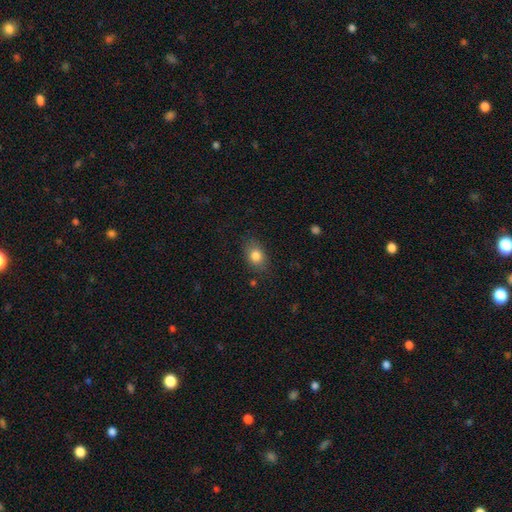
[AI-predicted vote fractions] The model was most divided on "how rounded": in between: 74%, round: 24%, cigar-shaped: 2%. More confident: smooth or featured — smooth (82%); merging — none (81%).